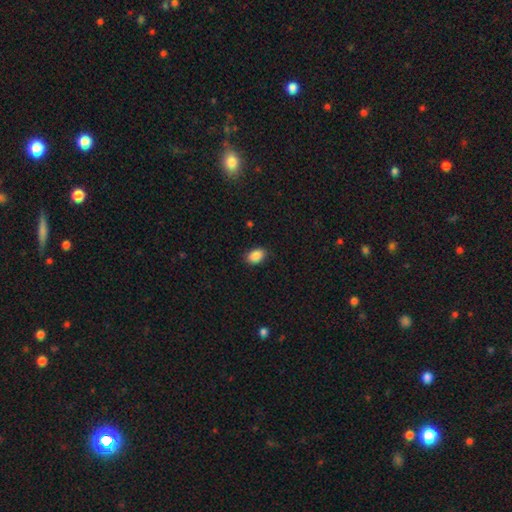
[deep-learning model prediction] Morphology: type=smooth (89%); roundness=in between (82%); merging=none (86%).